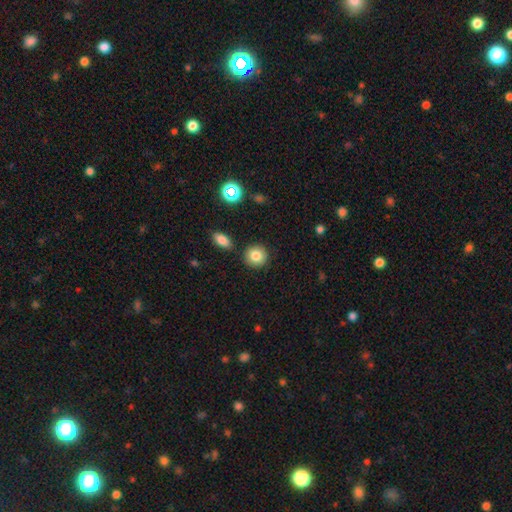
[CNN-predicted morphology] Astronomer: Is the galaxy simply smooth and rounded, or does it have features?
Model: smooth — 82%.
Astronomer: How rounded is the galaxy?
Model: round — 90%.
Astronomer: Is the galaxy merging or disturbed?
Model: none — 87%.